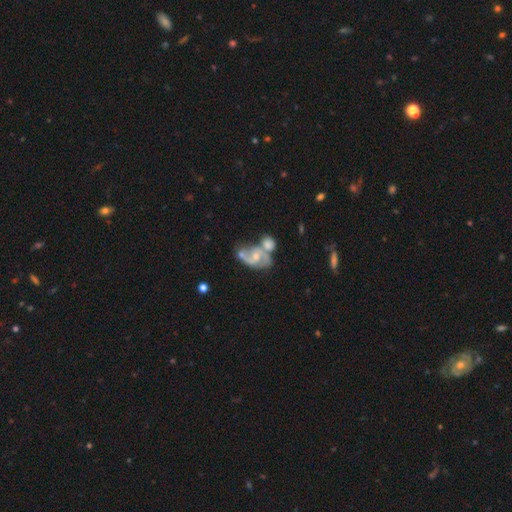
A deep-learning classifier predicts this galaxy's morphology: A featured or disk galaxy (78%) with no bar (51%), 2 (81%) medium (48%) spiral arms (89%) and a small central bulge (46%).

Vote fractions:
- Smooth or featured? featured or disk: 78% / smooth: 15% / star or artifact: 7%
- Edge-on disk? no: 97% / yes: 3%
- Bar? no: 51% / weak: 39% / strong: 10%
- Spiral arms? yes: 89% / no: 11%
- Spiral winding? medium: 48% / loose: 35% / tight: 17%
- Spiral arm count? 2: 81% / can't tell: 8% / 1: 5% / 3: 3% / 4: 1% / more than 4: 1%
- Bulge size? small: 46% / moderate: 45% / none: 5% / large: 2% / dominant: 1%
- Merging? merger: 52% / none: 24% / minor disturbance: 13% / major disturbance: 11%